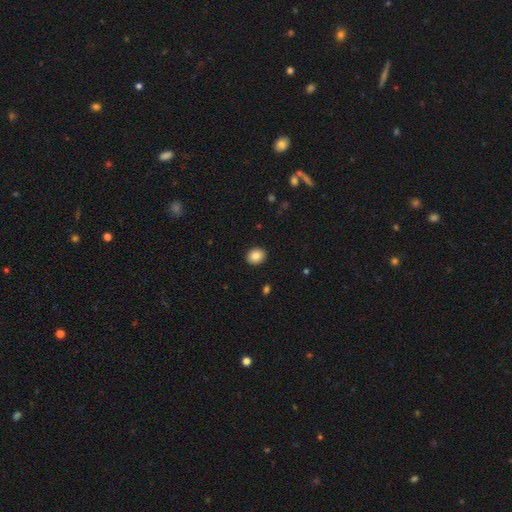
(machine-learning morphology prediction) Smooth or featured? smooth (85%)
How rounded? round (60%)
Merging? none (92%)